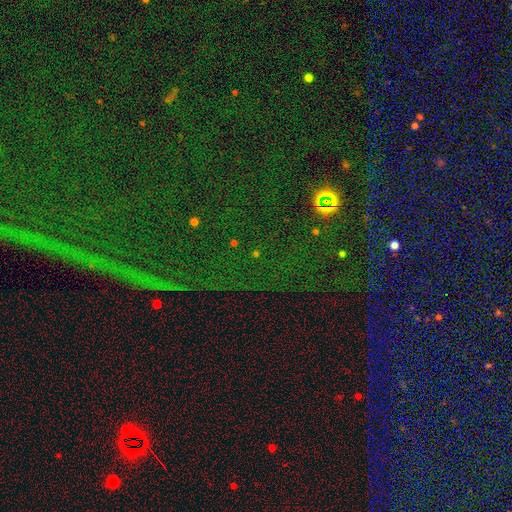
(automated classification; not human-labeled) star or artifact 85%, smooth 8%, featured or disk 7%.